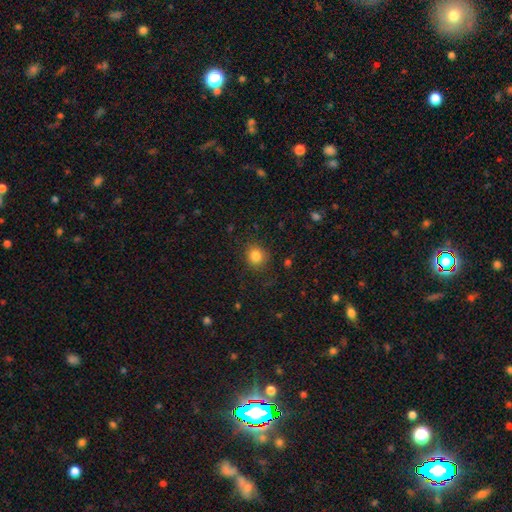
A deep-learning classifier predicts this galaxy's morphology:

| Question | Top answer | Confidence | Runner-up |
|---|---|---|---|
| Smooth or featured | smooth | 84% | star or artifact (11%) |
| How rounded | round | 84% | in between (16%) |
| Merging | none | 84% | minor disturbance (11%) |